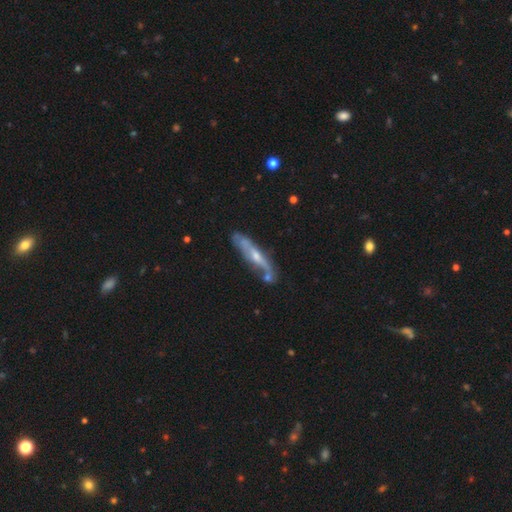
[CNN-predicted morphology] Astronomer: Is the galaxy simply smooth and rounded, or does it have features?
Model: featured or disk — 70%.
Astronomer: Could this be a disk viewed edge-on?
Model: yes — 69%.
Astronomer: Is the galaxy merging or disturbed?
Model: none — 65%.